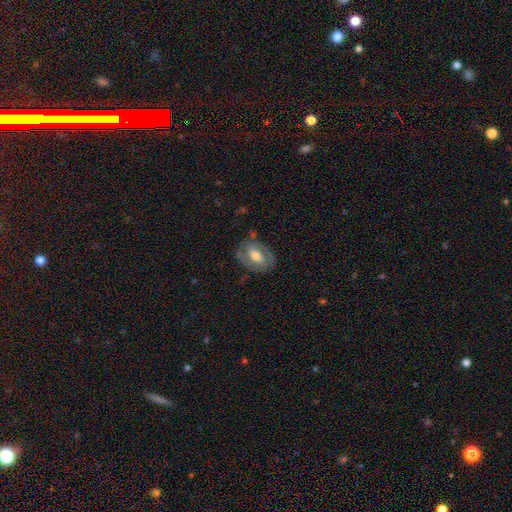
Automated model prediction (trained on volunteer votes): Smooth or featured? Predicted: featured or disk (p=0.50). Merging? Predicted: none (p=0.72).